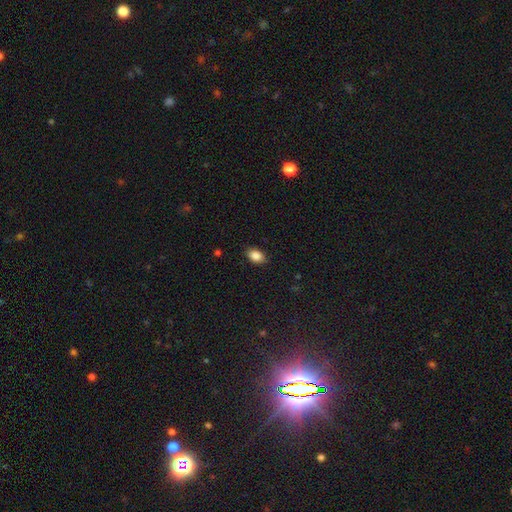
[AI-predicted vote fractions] Smooth or featured?
  - smooth: 86% *
  - star or artifact: 8%
  - featured or disk: 6%
How rounded?
  - in between: 86% *
  - round: 13%
  - cigar-shaped: 2%
Merging?
  - none: 87% *
  - minor disturbance: 9%
  - major disturbance: 2%
  - merger: 1%